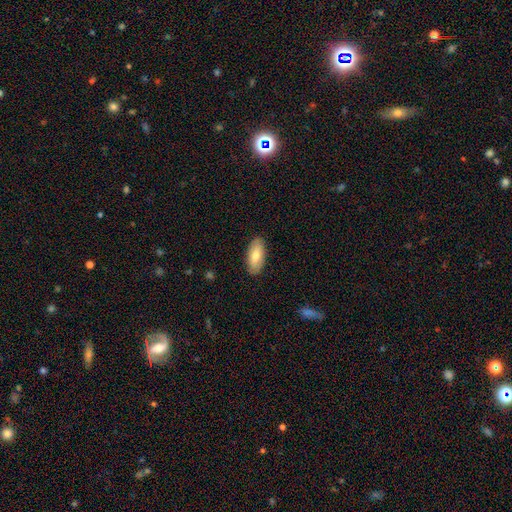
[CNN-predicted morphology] Smooth or featured? smooth (76%)
How rounded? in between (89%)
Merging? none (88%)